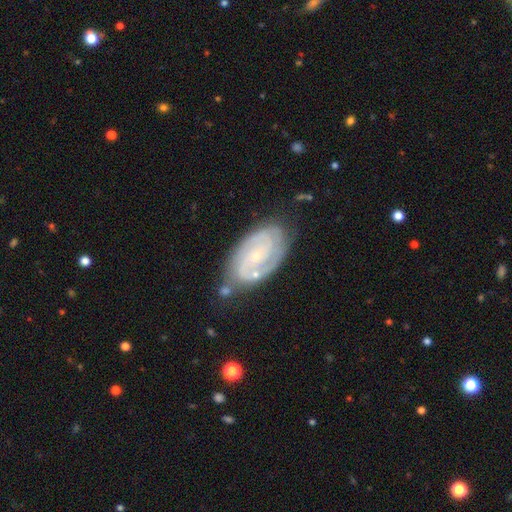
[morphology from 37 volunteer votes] type=featured or disk (73%); edge-on=no (100%); bar=no (56%); spiral arms=yes (100%); winding=tight (48%); arm count=2 (56%); bulge=small (48%); merging=none (80%).